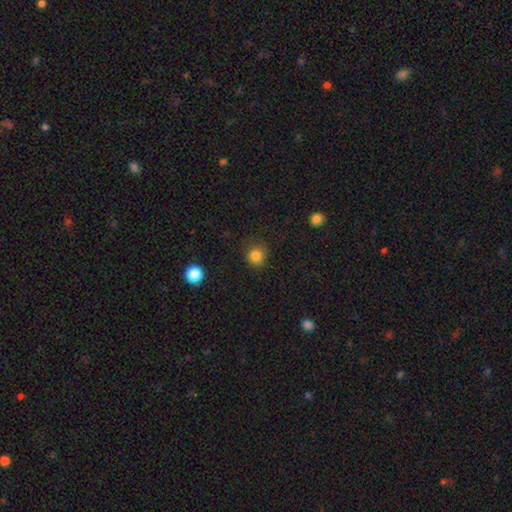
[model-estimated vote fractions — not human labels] smooth 83%, star or artifact 13%, featured or disk 4%. Down the decision tree: how rounded — round (88%); merging — none (80%).